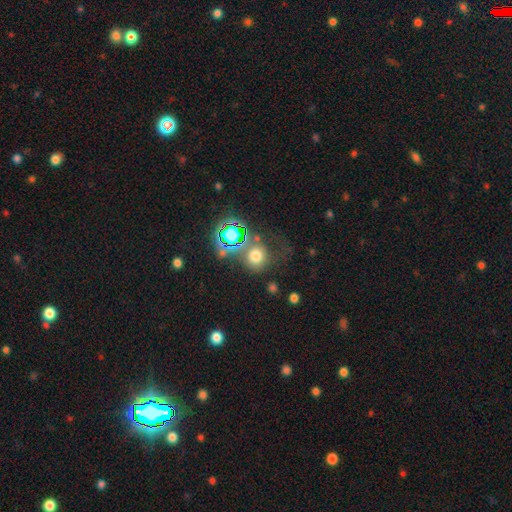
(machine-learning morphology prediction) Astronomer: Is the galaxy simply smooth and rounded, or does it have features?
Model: smooth — 64%.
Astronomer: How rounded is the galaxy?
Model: round — 81%.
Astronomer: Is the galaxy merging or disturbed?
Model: none — 57%.